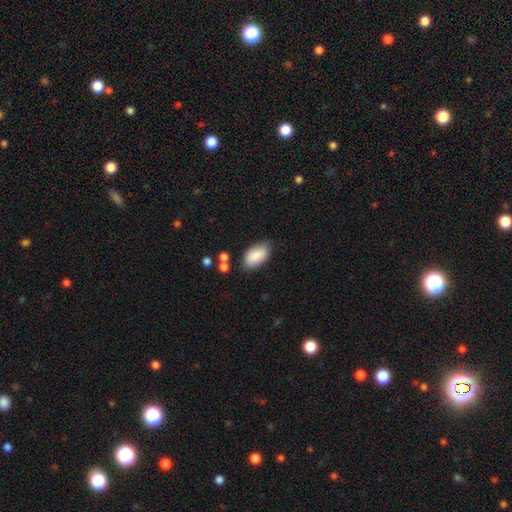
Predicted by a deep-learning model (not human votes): Smooth or featured? smooth (87%)
How rounded? in between (94%)
Merging? none (75%)